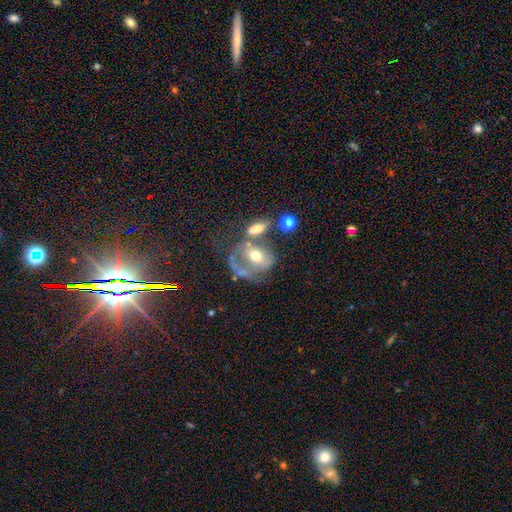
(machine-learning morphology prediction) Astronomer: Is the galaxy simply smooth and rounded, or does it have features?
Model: featured or disk — 49% (runner-up: smooth, 40%).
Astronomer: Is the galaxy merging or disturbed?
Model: merger — 33% (runner-up: major disturbance, 28%).